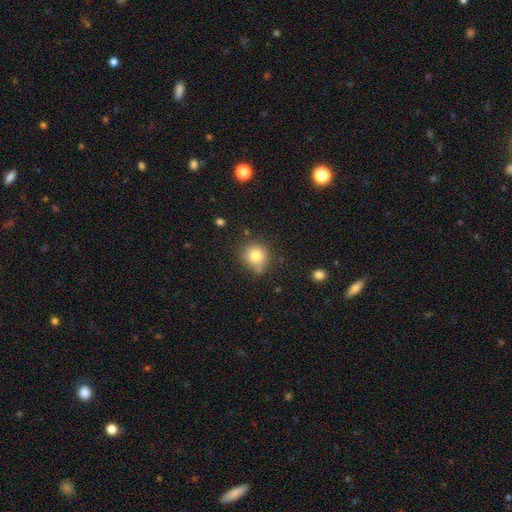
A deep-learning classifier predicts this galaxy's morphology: A smooth galaxy with no disk features (79%) that is round (88%). Merging: none (70%).